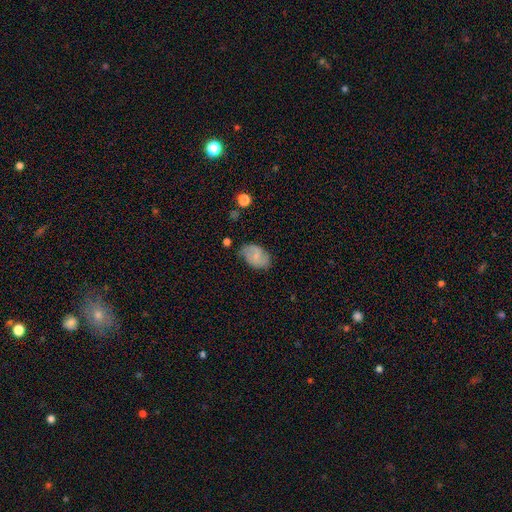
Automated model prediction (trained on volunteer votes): Smooth or featured?
  - smooth: 55% *
  - featured or disk: 37%
  - star or artifact: 8%
How rounded?
  - in between: 85% *
  - round: 14%
  - cigar-shaped: 1%
Merging?
  - none: 65% *
  - minor disturbance: 27%
  - major disturbance: 7%
  - merger: 2%